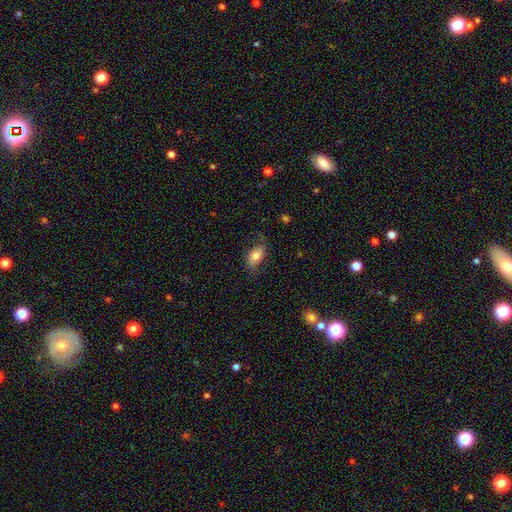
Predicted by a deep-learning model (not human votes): smooth 71%, featured or disk 21%, star or artifact 8%. Down the decision tree: how rounded — in between (89%); merging — none (68%).